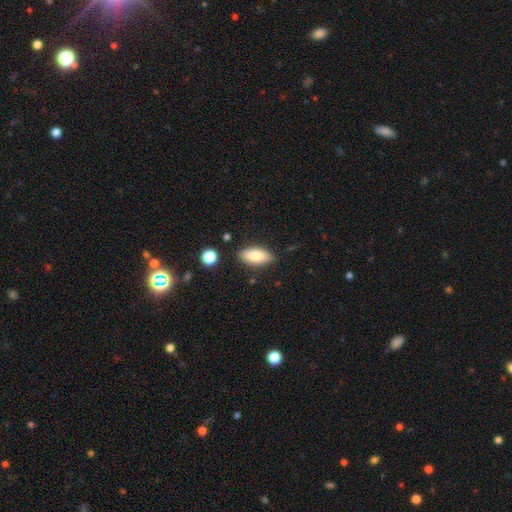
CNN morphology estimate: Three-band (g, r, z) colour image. It shows a smooth galaxy with no disk features (81%) that is in between round and cigar-shaped (86%). Merging: none (84%).